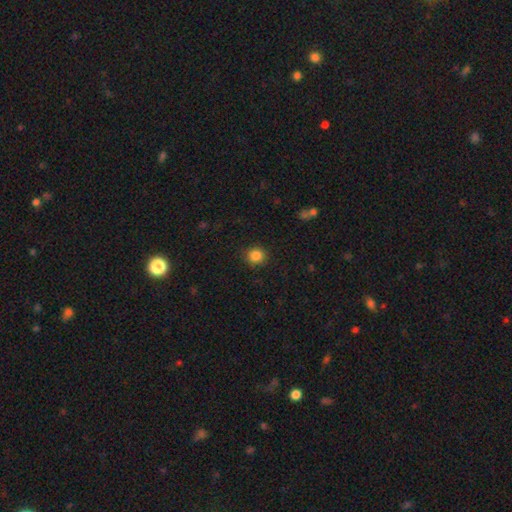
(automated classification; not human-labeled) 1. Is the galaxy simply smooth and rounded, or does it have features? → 85% smooth, 11% star or artifact, 4% featured or disk.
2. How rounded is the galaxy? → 89% round, 10% in between, 1% cigar-shaped.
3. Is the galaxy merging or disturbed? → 89% none, 8% minor disturbance, 2% major disturbance, 1% merger.